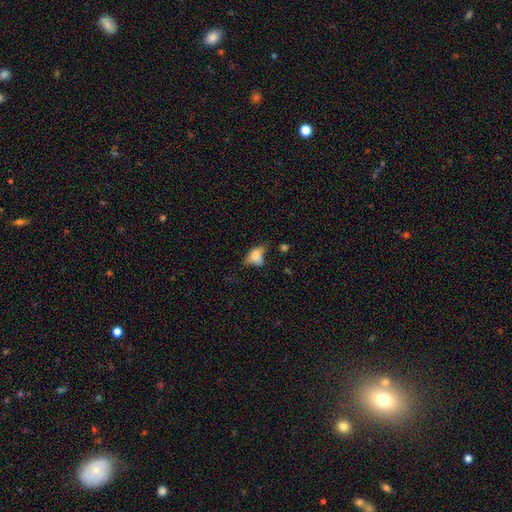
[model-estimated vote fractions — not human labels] The model was most divided on "merging": none: 37%, minor disturbance: 32%, major disturbance: 25%, merger: 6%. More confident: how rounded — in between (80%); smooth or featured — smooth (67%).